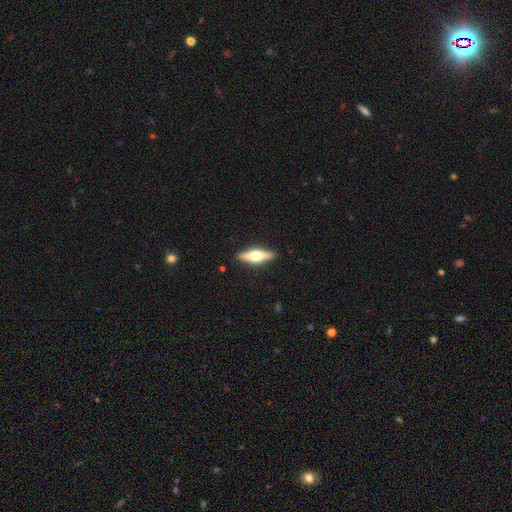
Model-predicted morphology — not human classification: A featured or disk galaxy (66%) viewed edge-on (96%) with a rounded central bulge (95%). Merging: none (89%).